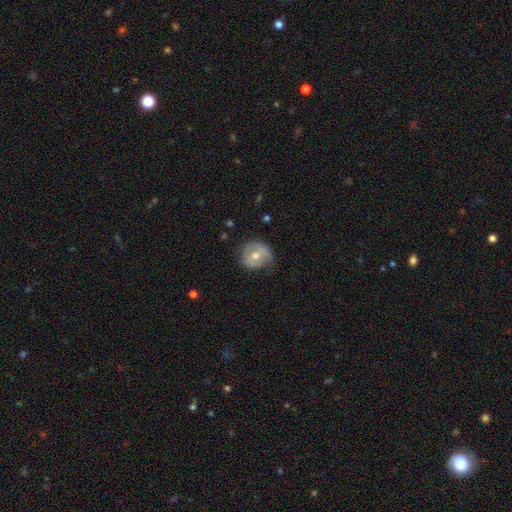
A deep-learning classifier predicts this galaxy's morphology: type=featured or disk (55%); edge-on=no (96%); bar=no (53%); spiral arms=yes (66%); bulge=moderate (65%); merging=none (64%).